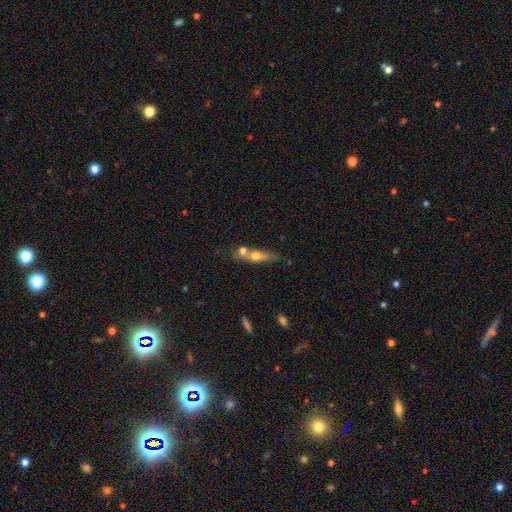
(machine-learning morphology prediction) This is possibly a smooth galaxy (49%). Merging: possibly none (50%).